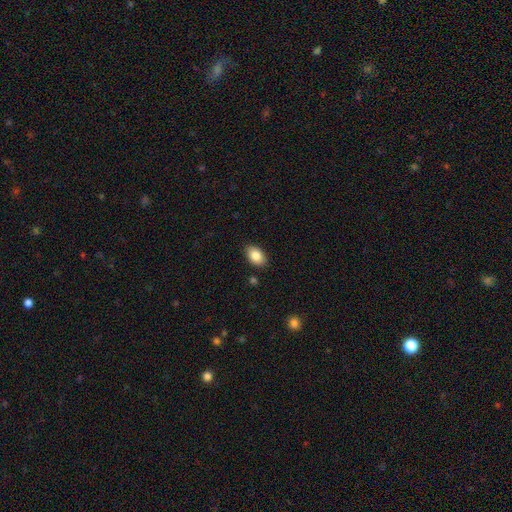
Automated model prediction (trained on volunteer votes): A smooth galaxy with no disk features (85%) that is in between round and cigar-shaped (90%). Merging: none (88%).